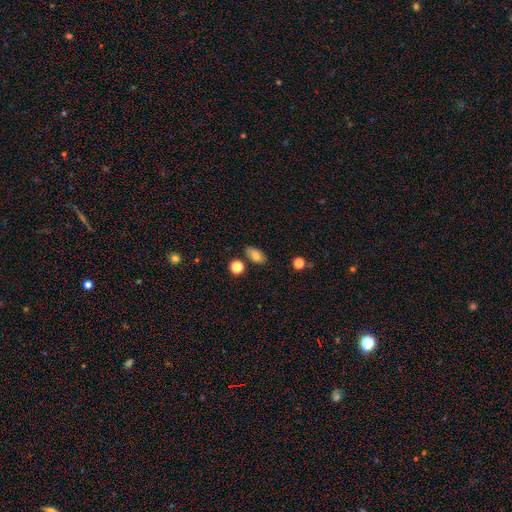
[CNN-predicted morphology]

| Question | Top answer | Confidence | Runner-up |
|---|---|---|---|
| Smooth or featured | smooth | 76% | featured or disk (14%) |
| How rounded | in between | 86% | round (9%) |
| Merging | none | 78% | minor disturbance (14%) |